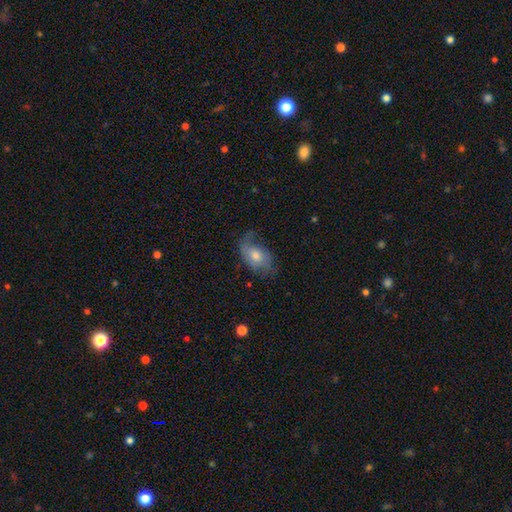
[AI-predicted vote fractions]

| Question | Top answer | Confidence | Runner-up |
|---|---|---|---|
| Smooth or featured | featured or disk | 48% | smooth (44%) |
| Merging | none | 53% | minor disturbance (27%) |